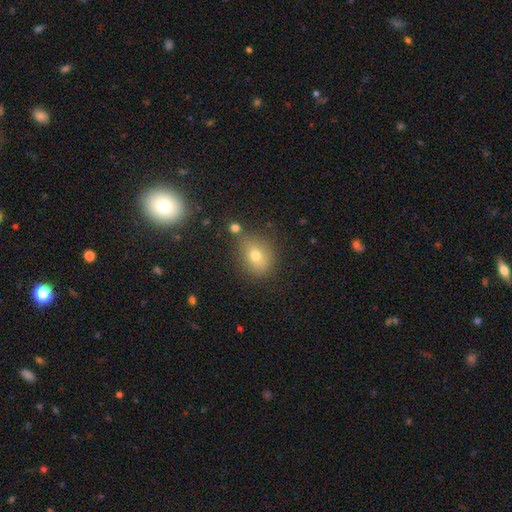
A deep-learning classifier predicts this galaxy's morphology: Q: Smooth or featured?
A: smooth (70%); runner-up: star or artifact (16%)
Q: How rounded?
A: in between (52%); runner-up: round (46%)
Q: Merging?
A: none (70%); runner-up: minor disturbance (17%)